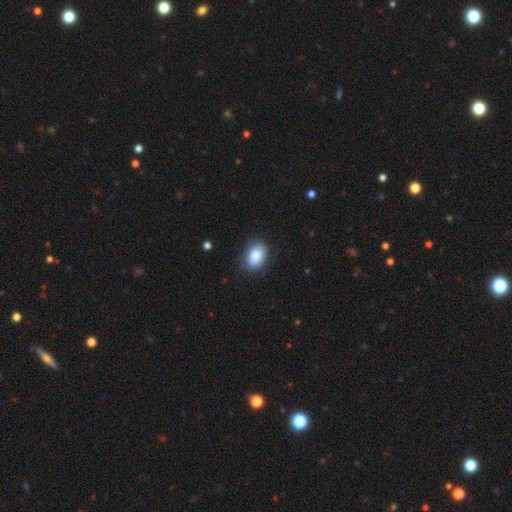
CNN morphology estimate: Smooth or featured? smooth (86%)
How rounded? in between (79%)
Merging? none (76%)